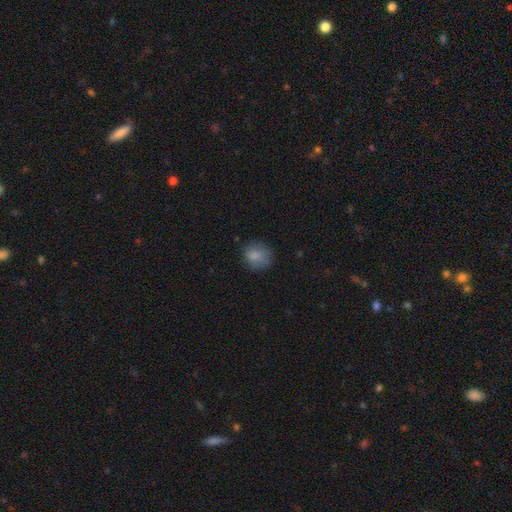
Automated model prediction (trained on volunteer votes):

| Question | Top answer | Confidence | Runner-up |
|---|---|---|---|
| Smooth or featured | smooth | 82% | featured or disk (9%) |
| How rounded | round | 69% | in between (30%) |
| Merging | none | 71% | minor disturbance (20%) |